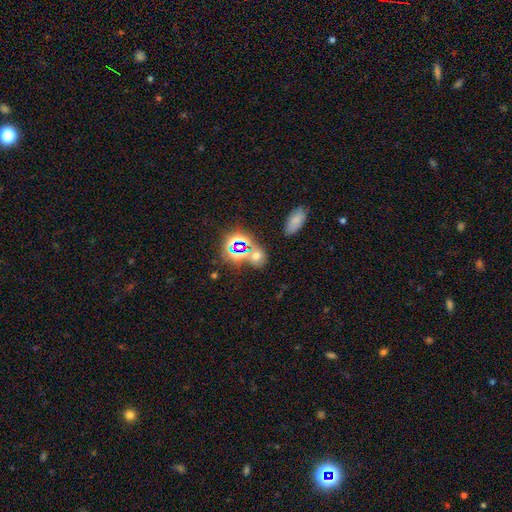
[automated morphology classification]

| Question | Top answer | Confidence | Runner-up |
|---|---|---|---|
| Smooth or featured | smooth | 48% | star or artifact (42%) |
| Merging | none | 65% | merger (17%) |